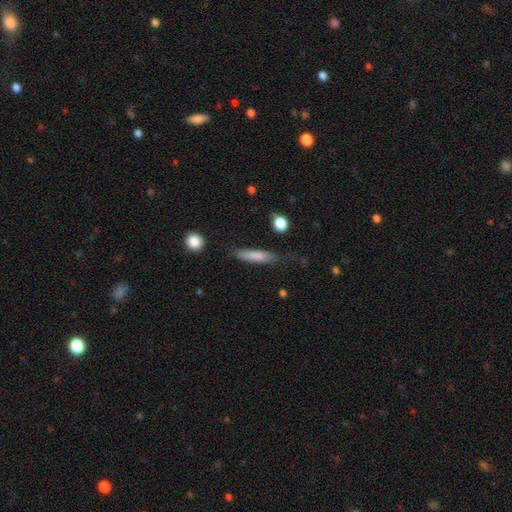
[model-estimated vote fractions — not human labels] A smooth galaxy with no disk features (75%) that is cigar-shaped (85%). Merging: none (68%).